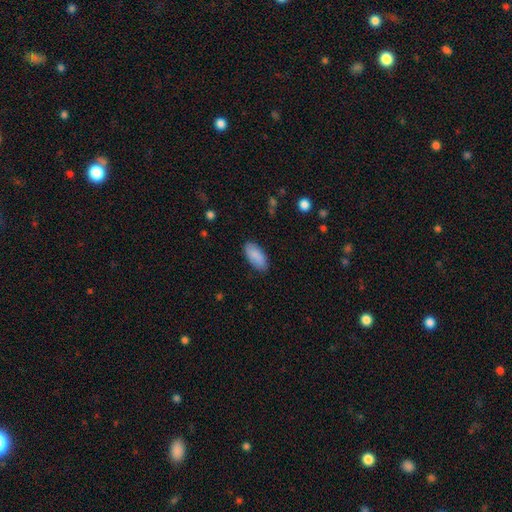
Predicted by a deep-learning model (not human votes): Smooth or featured?
  - smooth: 87% *
  - featured or disk: 7%
  - star or artifact: 6%
How rounded?
  - in between: 90% *
  - cigar-shaped: 8%
  - round: 2%
Merging?
  - none: 85% *
  - minor disturbance: 11%
  - major disturbance: 2%
  - merger: 1%